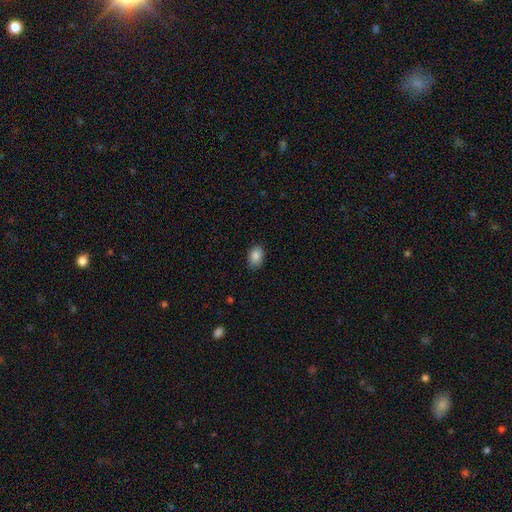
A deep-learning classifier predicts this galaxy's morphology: smooth-or-featured: smooth: 87% | star or artifact: 8% | featured or disk: 5%
  how-rounded: in between: 83% | round: 16% | cigar-shaped: 1%
  merging: none: 85% | minor disturbance: 12% | major disturbance: 2% | merger: 1%